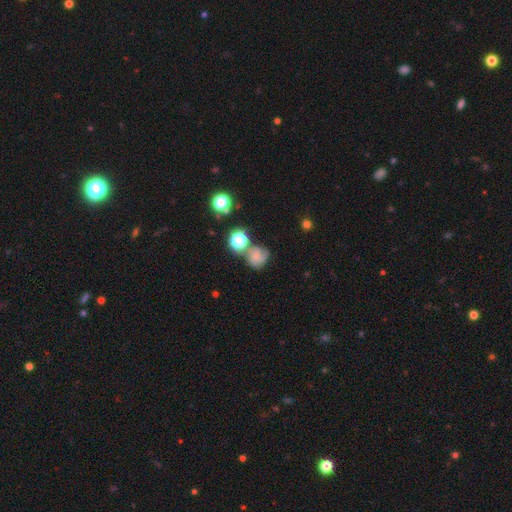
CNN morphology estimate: Smooth or featured: smooth — 42% (tied with featured or disk — 42%)
Merging: none — 45% (minor disturbance — 21%)